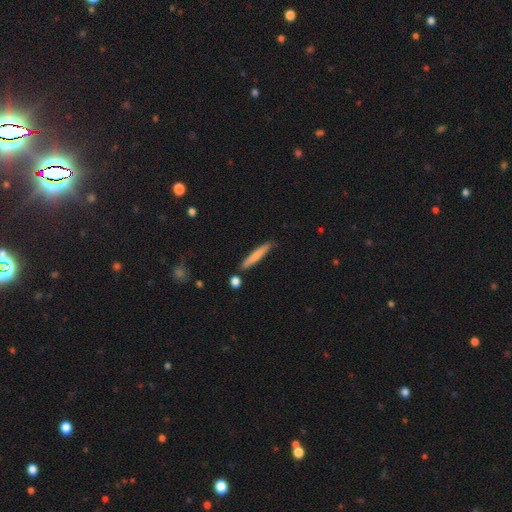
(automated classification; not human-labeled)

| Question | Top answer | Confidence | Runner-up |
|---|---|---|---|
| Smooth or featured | smooth | 74% | featured or disk (21%) |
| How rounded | cigar-shaped | 93% | in between (5%) |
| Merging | none | 80% | minor disturbance (13%) |